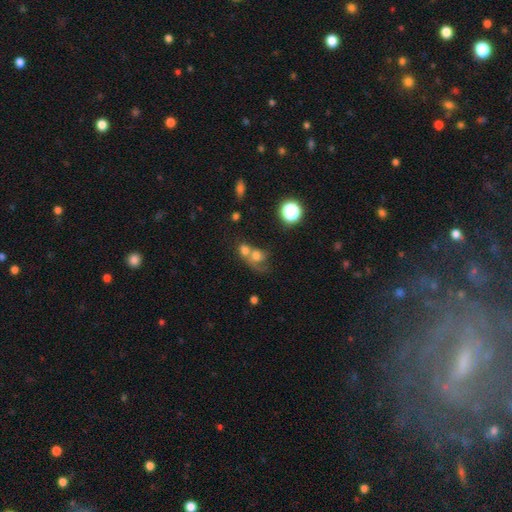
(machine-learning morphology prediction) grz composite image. It shows a smooth galaxy with no disk features (61%) that is round (61%). Merging: merger (61%).